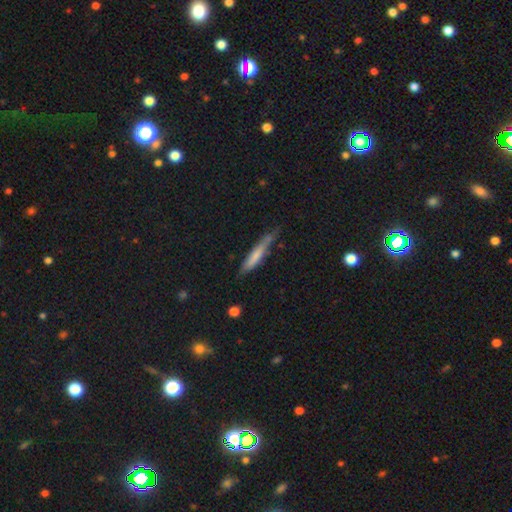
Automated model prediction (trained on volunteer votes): Smooth or featured: smooth — 65% (featured or disk — 28%)
How rounded: cigar-shaped — 91% (in between — 8%)
Merging: none — 62% (minor disturbance — 28%)